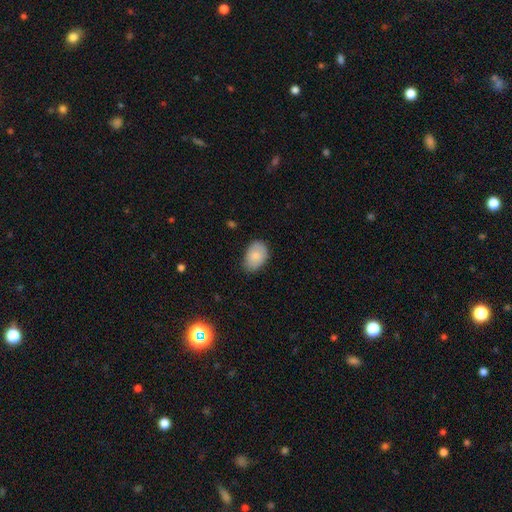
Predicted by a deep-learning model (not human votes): Morphology: type=smooth (83%); roundness=in between (86%); merging=none (69%).